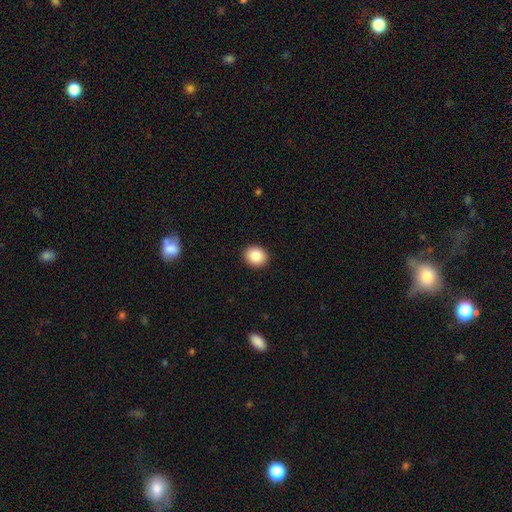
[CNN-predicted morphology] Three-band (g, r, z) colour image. It shows a smooth galaxy with no disk features (85%) that is round (73%). Merging: none (92%).